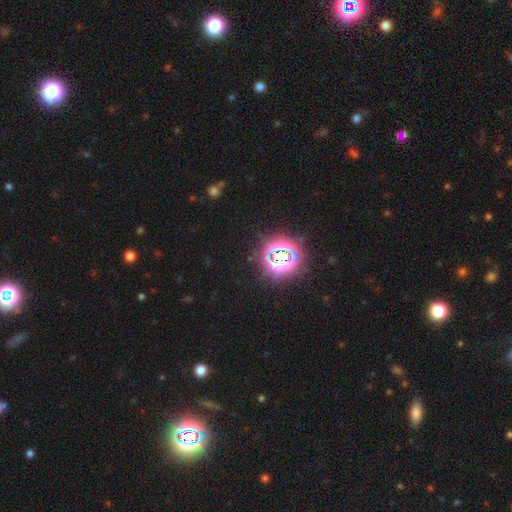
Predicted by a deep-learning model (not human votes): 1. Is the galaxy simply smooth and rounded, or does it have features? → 79% star or artifact, 15% smooth, 6% featured or disk.